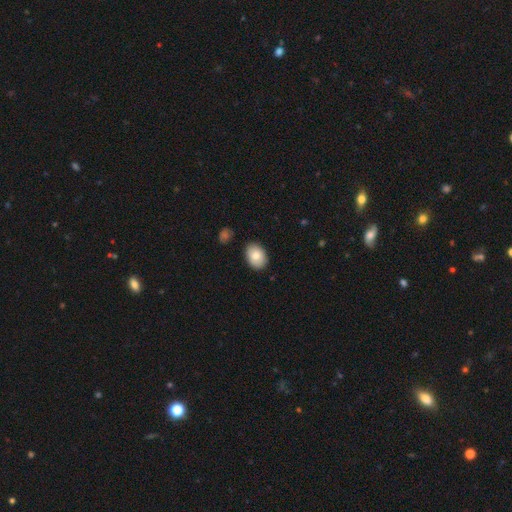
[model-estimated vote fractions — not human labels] Smooth or featured? smooth (82%)
How rounded? in between (82%)
Merging? none (86%)